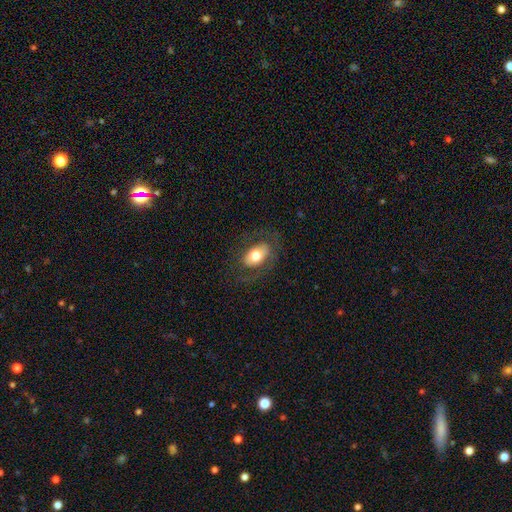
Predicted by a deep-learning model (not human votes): Smooth or featured: smooth — 63% (featured or disk — 30%)
How rounded: in between — 87% (round — 11%)
Merging: none — 75% (minor disturbance — 14%)